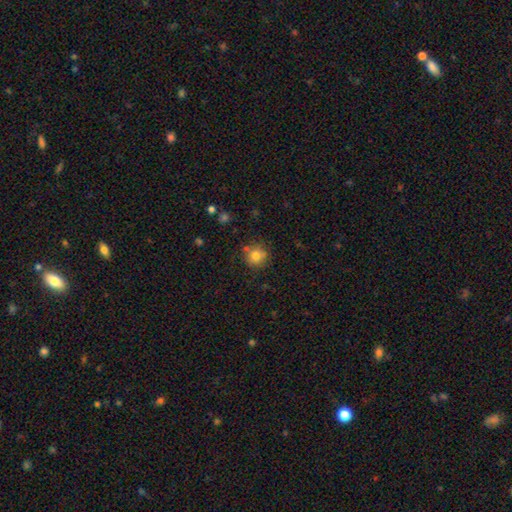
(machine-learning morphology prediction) Smooth or featured?
  - smooth: 79% *
  - star or artifact: 12%
  - featured or disk: 9%
How rounded?
  - round: 92% *
  - in between: 7%
  - cigar-shaped: 1%
Merging?
  - none: 81% *
  - minor disturbance: 11%
  - merger: 6%
  - major disturbance: 3%